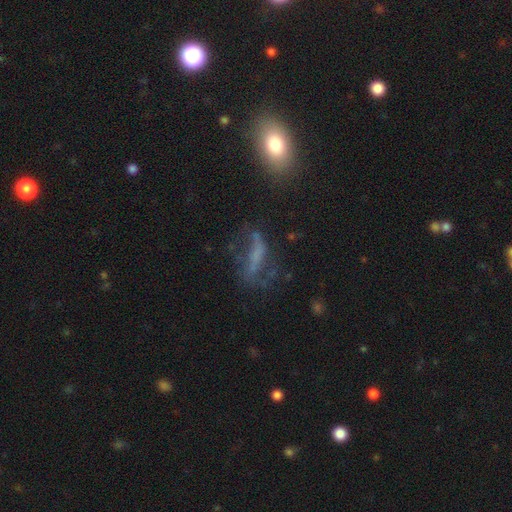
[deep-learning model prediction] smooth_or_featured: featured or disk (p=0.48) [alt: smooth p=0.32]
merging: none (p=0.46) [alt: major disturbance p=0.28]